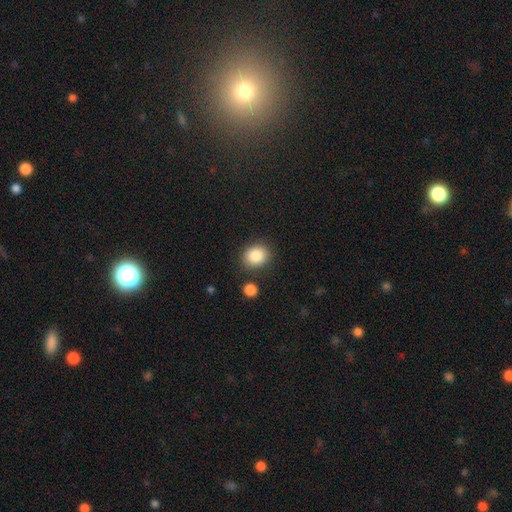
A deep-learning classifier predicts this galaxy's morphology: This appears to be a smooth galaxy with no disk features (87%) that is round (65%). Merging: none (82%).